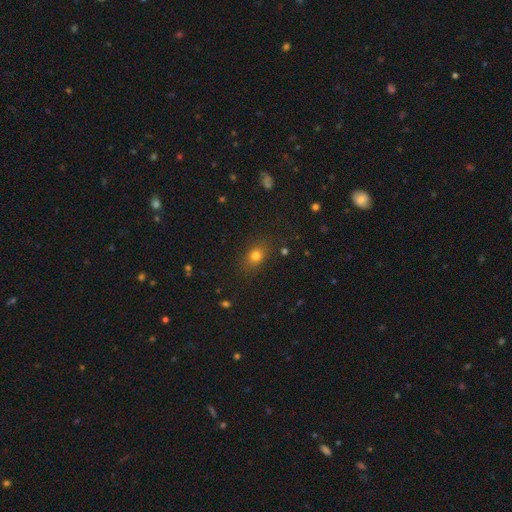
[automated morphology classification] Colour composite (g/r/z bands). It shows a smooth galaxy with no disk features (77%) that is in between round and cigar-shaped (54%). Merging: none (83%).